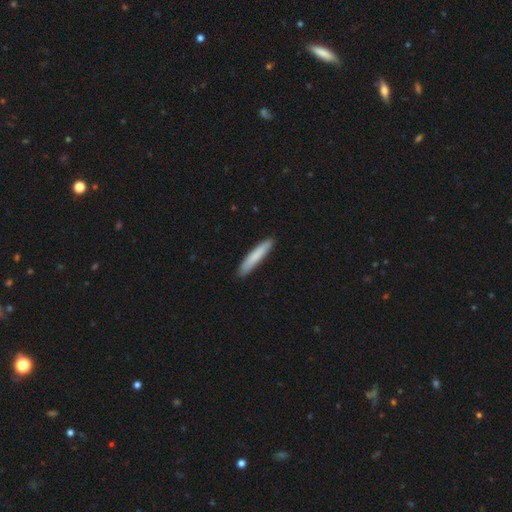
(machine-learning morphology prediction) Overall: smooth (81%). How rounded: cigar-shaped (92%). Merging: none (90%).